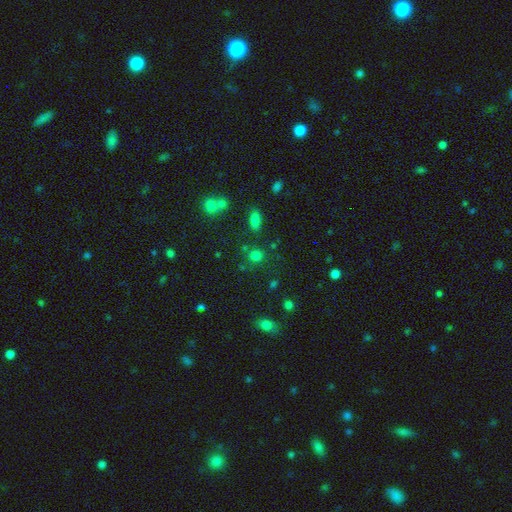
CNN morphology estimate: Overall: smooth (74%). How rounded: round (84%). Merging: none (75%).